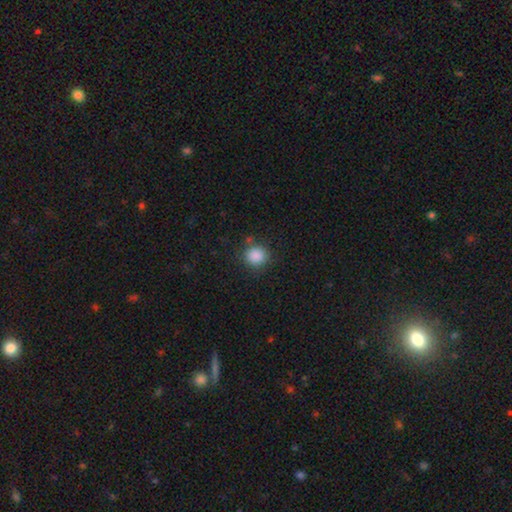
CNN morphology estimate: Overall: smooth (87%). How rounded: round (87%). Merging: none (83%).